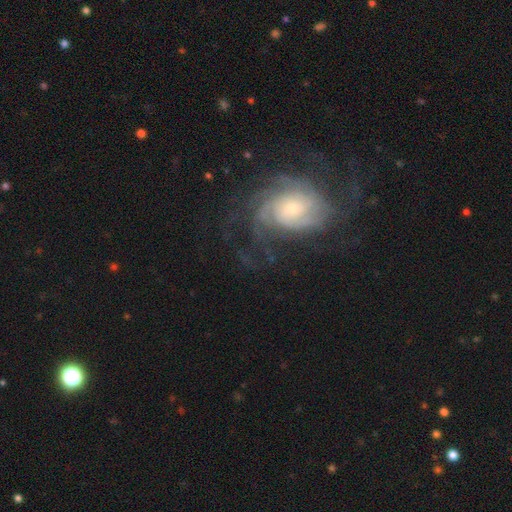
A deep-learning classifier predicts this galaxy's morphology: type=featured or disk (75%); edge-on=no (97%); bar=no (61%); spiral arms=yes (93%); winding=tight (47%); arm count=can't tell (34%); bulge=moderate (44%); merging=none (70%).